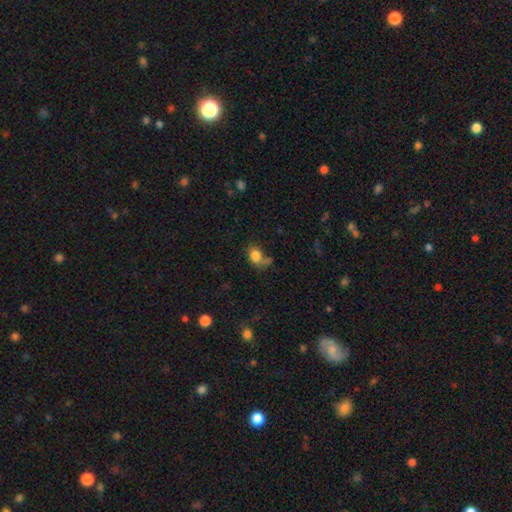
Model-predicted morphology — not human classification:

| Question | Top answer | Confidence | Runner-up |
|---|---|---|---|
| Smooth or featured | smooth | 81% | star or artifact (10%) |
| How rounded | in between | 59% | round (40%) |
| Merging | none | 45% | minor disturbance (23%) |